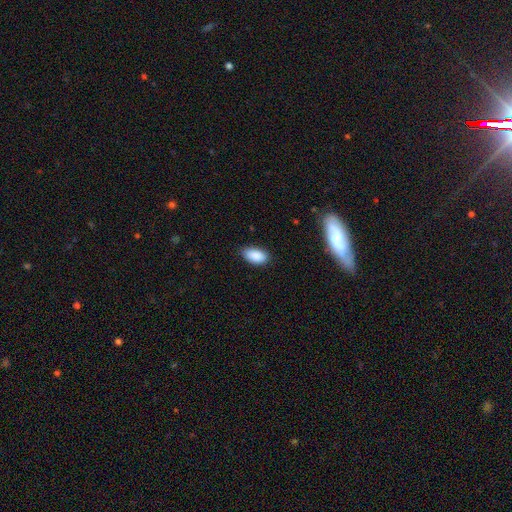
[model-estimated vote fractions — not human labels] Overall: smooth (89%). How rounded: in between (94%). Merging: none (82%).